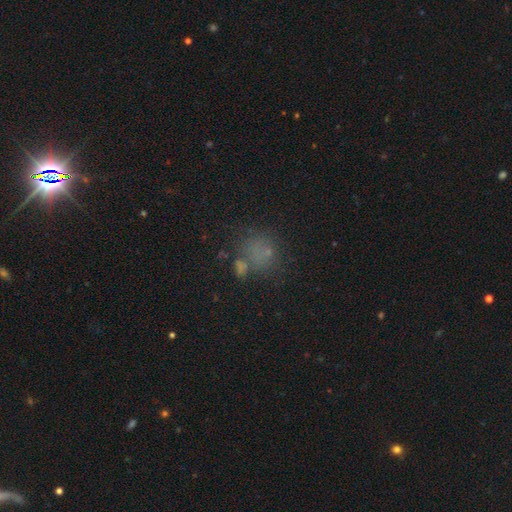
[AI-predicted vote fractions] The model was most divided on "smooth or featured": smooth: 54%, star or artifact: 31%, featured or disk: 15%. More confident: how rounded — round (79%); merging — none (61%).